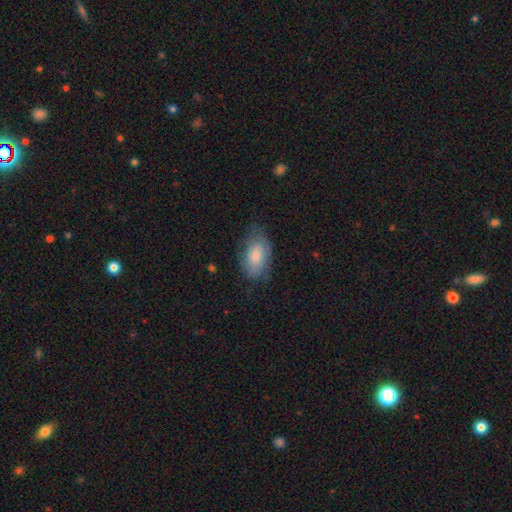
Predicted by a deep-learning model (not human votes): Smooth or featured? smooth (70%)
How rounded? in between (91%)
Merging? none (64%)